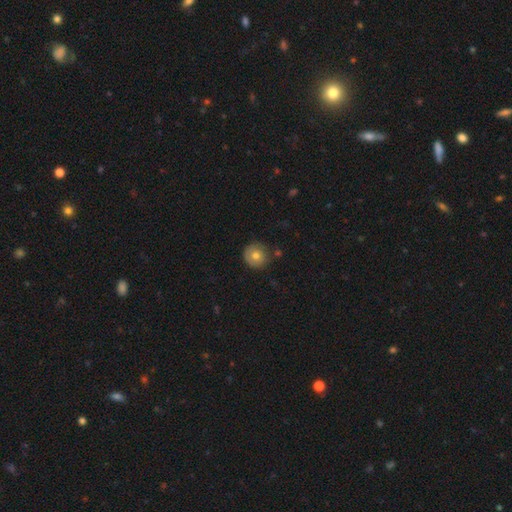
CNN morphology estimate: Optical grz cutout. It shows a smooth galaxy with no disk features (72%) that is round (93%). Merging: none (81%).